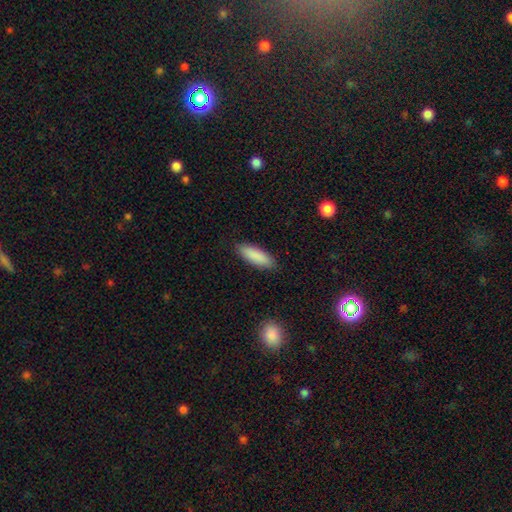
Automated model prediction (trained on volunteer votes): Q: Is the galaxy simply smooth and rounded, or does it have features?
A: smooth — 89%.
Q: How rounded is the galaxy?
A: in between — 59%.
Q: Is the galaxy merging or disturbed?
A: none — 88%.